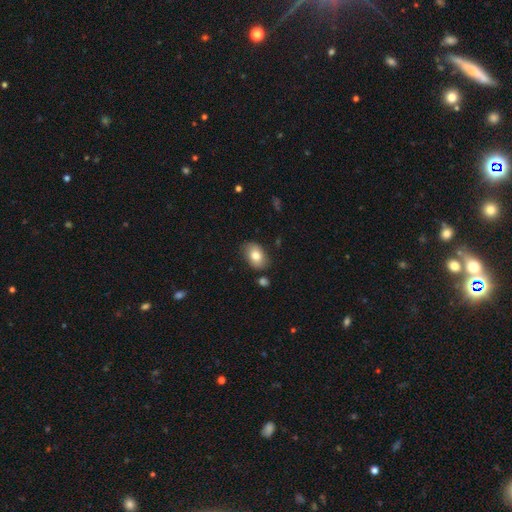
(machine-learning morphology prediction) Smooth or featured? smooth (81%)
How rounded? in between (84%)
Merging? none (81%)